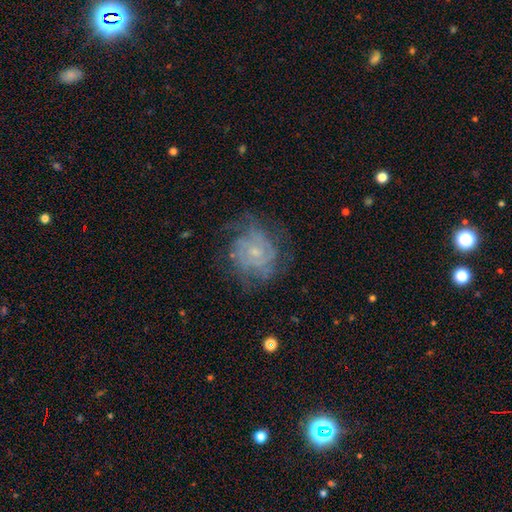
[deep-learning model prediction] Overall: featured or disk (58%; smooth 22%). Edge-on disk: no (97%). Bar: no (80%). Spiral arms: yes (82%). Bulge size: small (75%). Merging: none (72%).